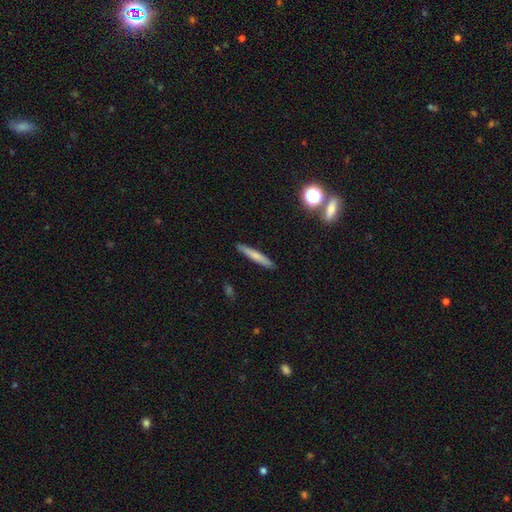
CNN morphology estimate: Q: Smooth or featured?
A: smooth (68%); runner-up: featured or disk (24%)
Q: How rounded?
A: cigar-shaped (94%); runner-up: in between (4%)
Q: Merging?
A: none (90%); runner-up: minor disturbance (7%)